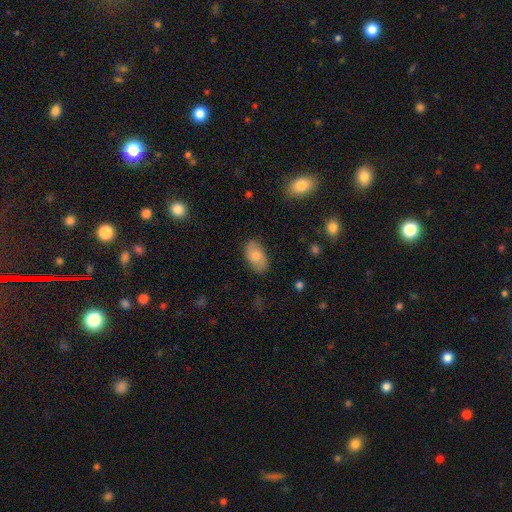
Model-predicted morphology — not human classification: This is likely a smooth galaxy (78%). How rounded: clearly in between (94%). Merging: clearly none (82%).